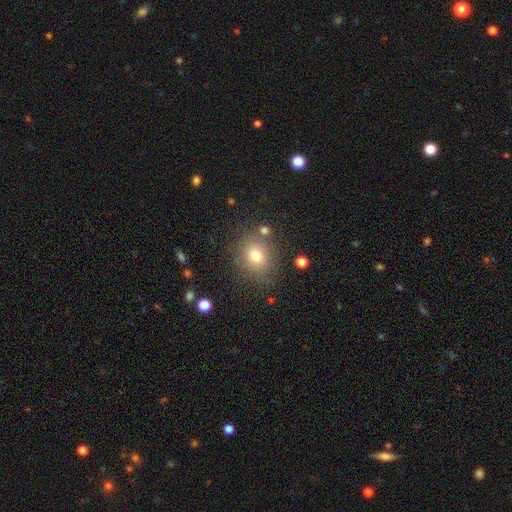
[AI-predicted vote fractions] smooth 74%, star or artifact 15%, featured or disk 11%. Down the decision tree: how rounded — round (72%); merging — none (78%).